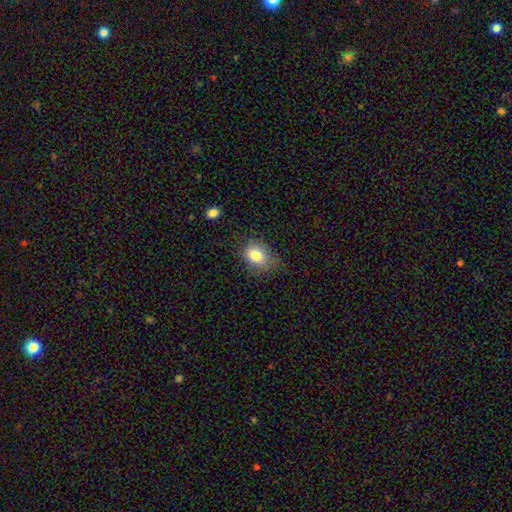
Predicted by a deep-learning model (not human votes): Smooth or featured: smooth — 80% (star or artifact — 10%)
How rounded: in between — 65% (round — 34%)
Merging: none — 62% (minor disturbance — 27%)